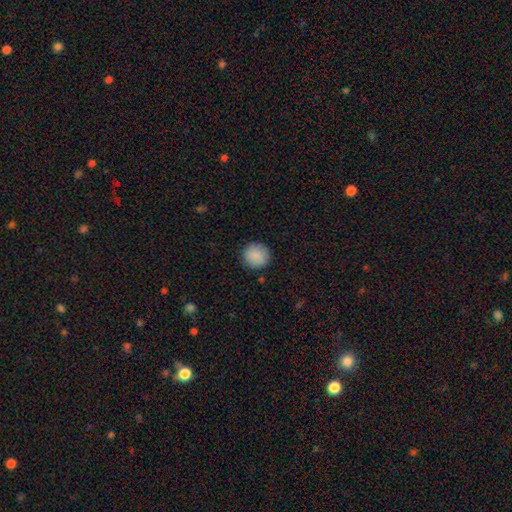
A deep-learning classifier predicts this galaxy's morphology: A smooth galaxy with no disk features (89%) that is round (94%).

Vote fractions:
- Smooth or featured? smooth: 89% / star or artifact: 7% / featured or disk: 4%
- How rounded? round: 94% / in between: 5% / cigar-shaped: 1%
- Merging? none: 91% / minor disturbance: 6% / major disturbance: 2% / merger: 1%